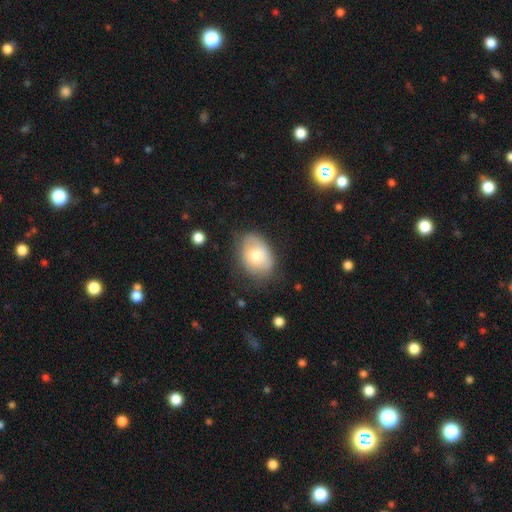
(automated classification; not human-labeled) Smooth or featured? smooth (69%)
How rounded? in between (75%)
Merging? none (68%)